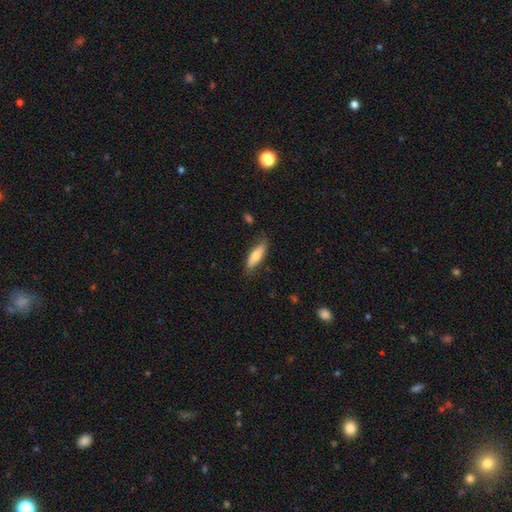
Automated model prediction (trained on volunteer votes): The model was most divided on "how rounded": in between: 53%, cigar-shaped: 45%, round: 2%. More confident: merging — none (77%); smooth or featured — smooth (72%).